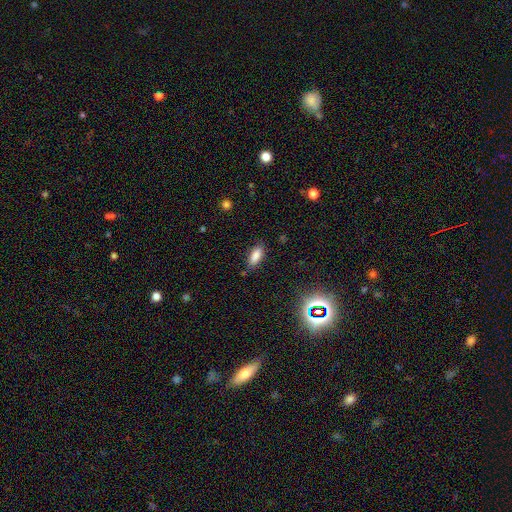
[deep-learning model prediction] smooth_or_featured: smooth (p=0.84) [alt: star or artifact p=0.10]
how_rounded: in between (p=0.81) [alt: cigar-shaped p=0.16]
merging: none (p=0.82) [alt: minor disturbance p=0.13]